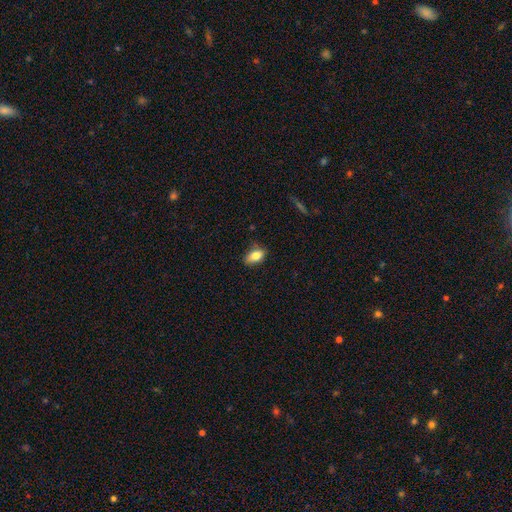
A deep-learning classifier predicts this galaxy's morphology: Overall: smooth (81%). How rounded: in between (88%). Merging: none (75%).